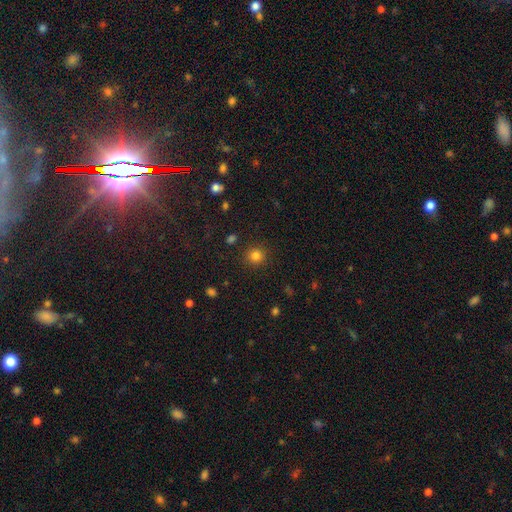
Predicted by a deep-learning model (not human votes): A smooth galaxy with no disk features (82%) that is round (91%).

Vote fractions:
- Smooth or featured? smooth: 82% / star or artifact: 13% / featured or disk: 5%
- How rounded? round: 91% / in between: 9% / cigar-shaped: 1%
- Merging? none: 89% / minor disturbance: 7% / major disturbance: 3% / merger: 1%